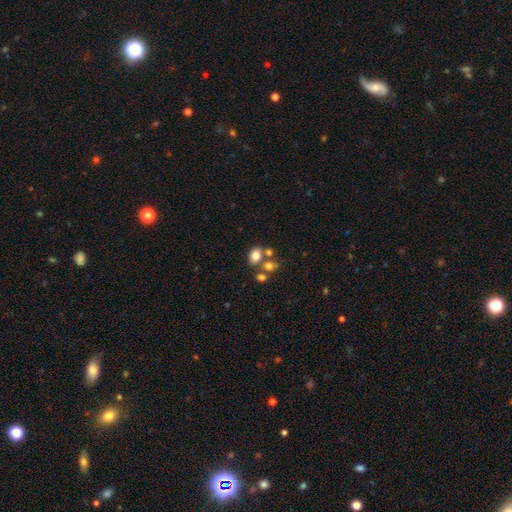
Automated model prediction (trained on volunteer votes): smooth_or_featured: smooth (p=0.77) [alt: star or artifact p=0.12]
how_rounded: in between (p=0.69) [alt: round p=0.30]
merging: none (p=0.54) [alt: merger p=0.29]